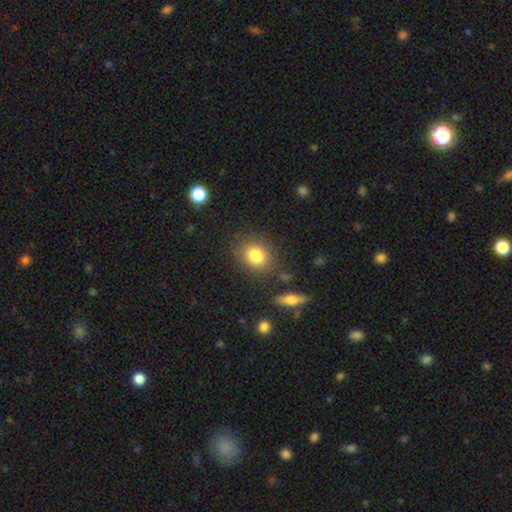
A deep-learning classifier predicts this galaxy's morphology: Q: Smooth or featured?
A: smooth (83%); runner-up: star or artifact (9%)
Q: How rounded?
A: round (64%); runner-up: in between (35%)
Q: Merging?
A: none (81%); runner-up: minor disturbance (11%)